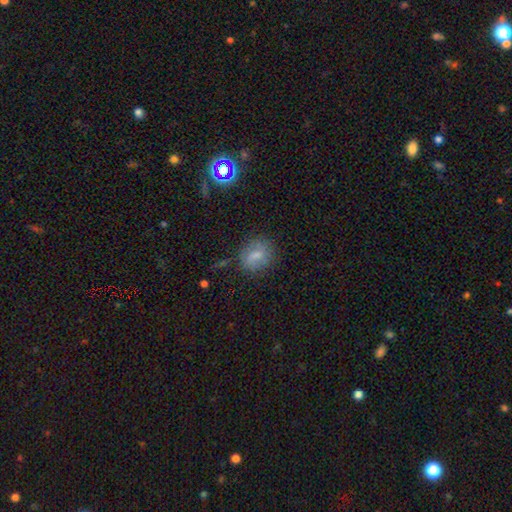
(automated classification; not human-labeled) A smooth galaxy with no disk features (65%) that is round (54%).

Vote fractions:
- Smooth or featured? smooth: 65% / featured or disk: 23% / star or artifact: 12%
- How rounded? round: 54% / in between: 44% / cigar-shaped: 2%
- Merging? none: 73% / minor disturbance: 18% / major disturbance: 6% / merger: 3%